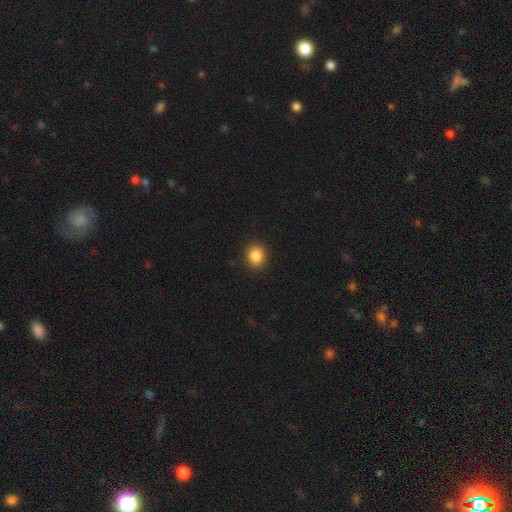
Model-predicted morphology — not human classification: A smooth galaxy with no disk features (87%) that is round (74%). Merging: none (91%).